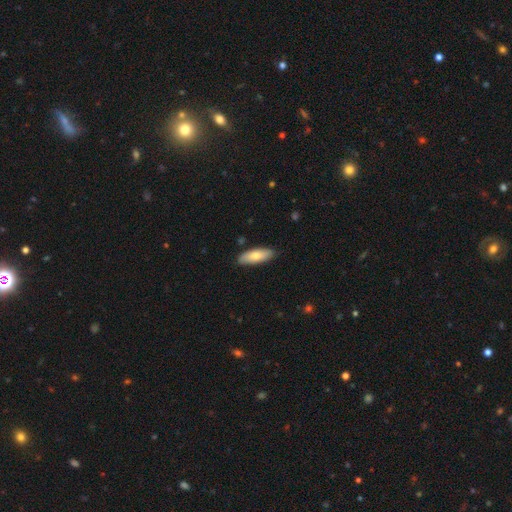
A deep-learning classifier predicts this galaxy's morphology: Q: Smooth or featured?
A: smooth (77%); runner-up: featured or disk (18%)
Q: How rounded?
A: in between (64%); runner-up: cigar-shaped (34%)
Q: Merging?
A: none (87%); runner-up: minor disturbance (10%)